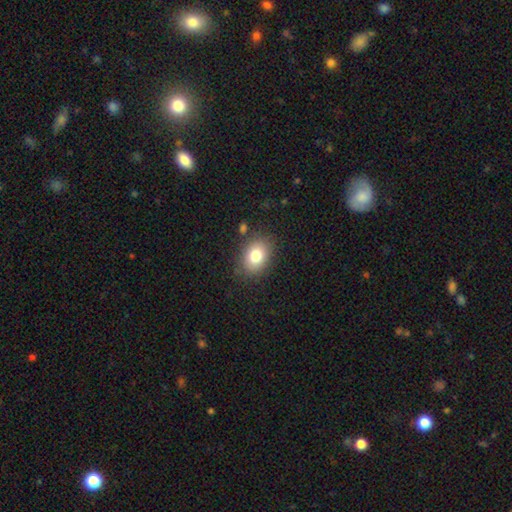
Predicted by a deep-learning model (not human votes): Overall: smooth (80%). How rounded: in between (67%; round 32%). Merging: none (83%).